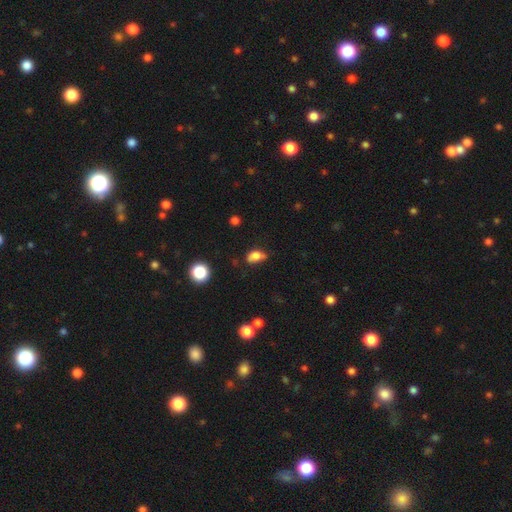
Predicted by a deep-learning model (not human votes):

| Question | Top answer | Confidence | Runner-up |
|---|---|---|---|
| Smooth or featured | smooth | 75% | featured or disk (14%) |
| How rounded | in between | 81% | round (15%) |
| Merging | none | 45% | minor disturbance (37%) |